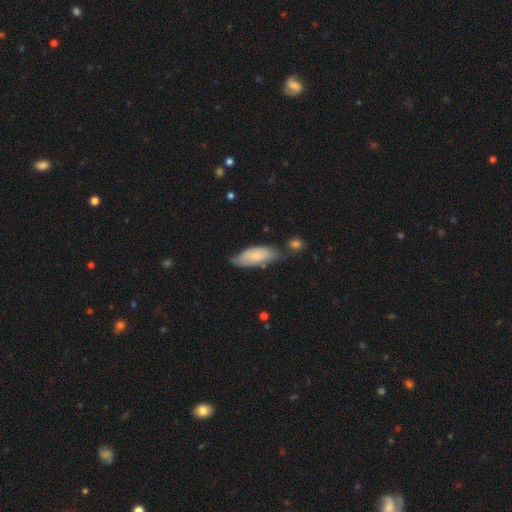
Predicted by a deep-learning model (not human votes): This appears to be a smooth galaxy with no disk features (73%) that is in between round and cigar-shaped (79%). Merging: none (51%).